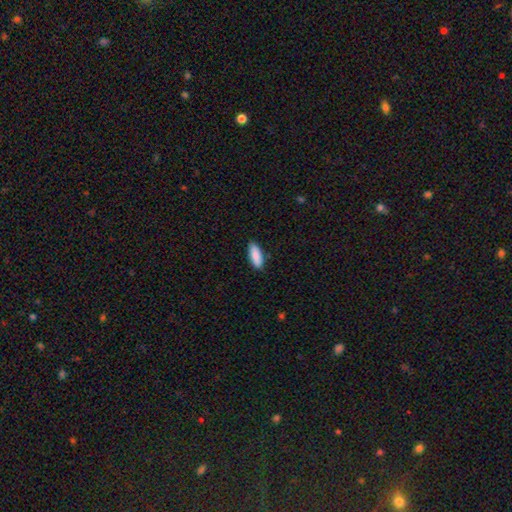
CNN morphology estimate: A smooth galaxy with no disk features (87%) that is in between round and cigar-shaped (72%).

Vote fractions:
- Smooth or featured? smooth: 87% / featured or disk: 7% / star or artifact: 6%
- How rounded? in between: 72% / cigar-shaped: 26% / round: 2%
- Merging? none: 87% / minor disturbance: 10% / major disturbance: 2% / merger: 1%